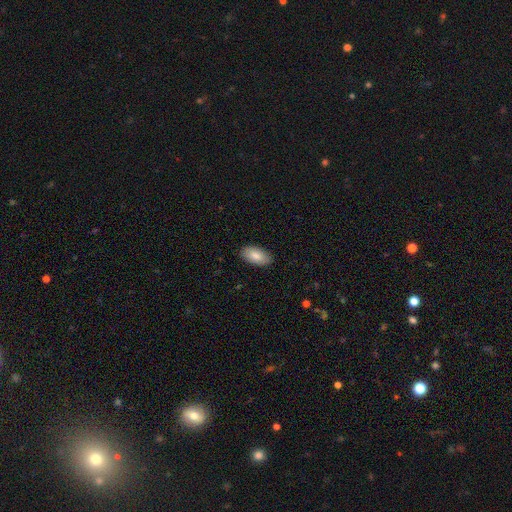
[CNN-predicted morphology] Smooth or featured: smooth — 85% (featured or disk — 10%)
How rounded: in between — 95% (cigar-shaped — 3%)
Merging: none — 88% (minor disturbance — 10%)